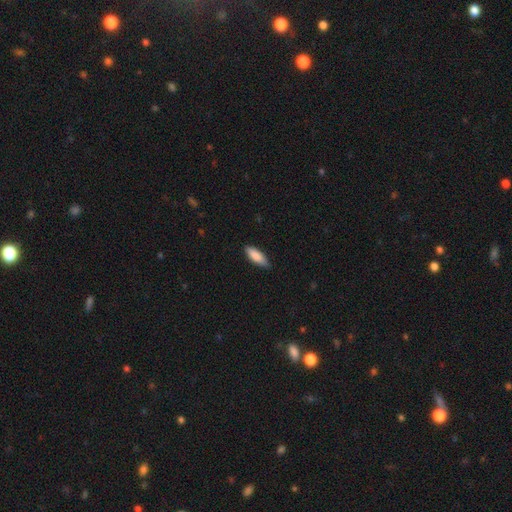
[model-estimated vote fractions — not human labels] This is clearly a smooth galaxy (86%). How rounded: likely in between (61%). Merging: clearly none (82%).